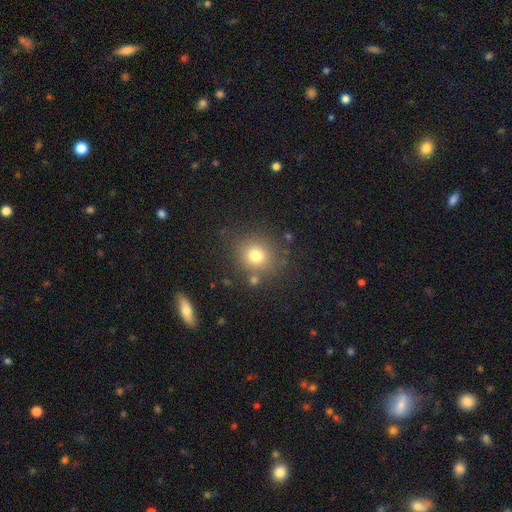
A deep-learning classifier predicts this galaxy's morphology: smooth_or_featured: smooth (p=0.75) [alt: star or artifact p=0.15]
how_rounded: round (p=0.84) [alt: in between p=0.15]
merging: none (p=0.80) [alt: minor disturbance p=0.10]